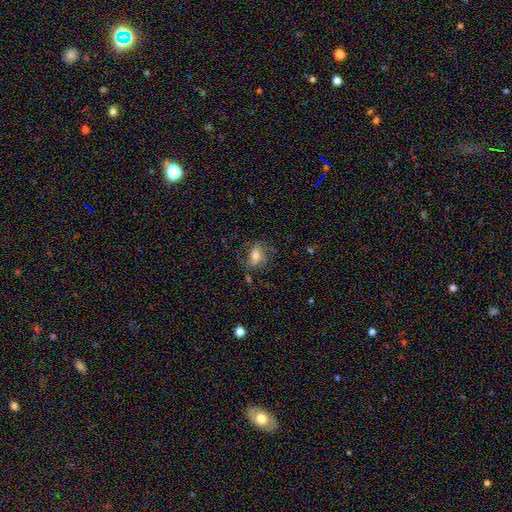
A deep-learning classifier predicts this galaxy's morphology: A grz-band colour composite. It shows a featured or disk galaxy (46%). Merging: none (59%).